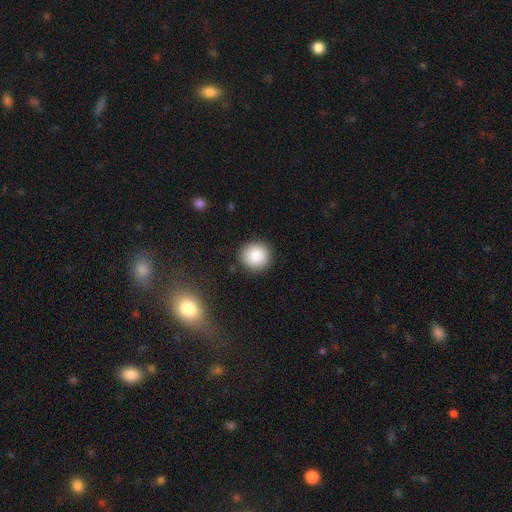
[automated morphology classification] Smooth or featured: smooth — 87% (star or artifact — 9%)
How rounded: round — 94% (in between — 5%)
Merging: none — 91% (minor disturbance — 6%)